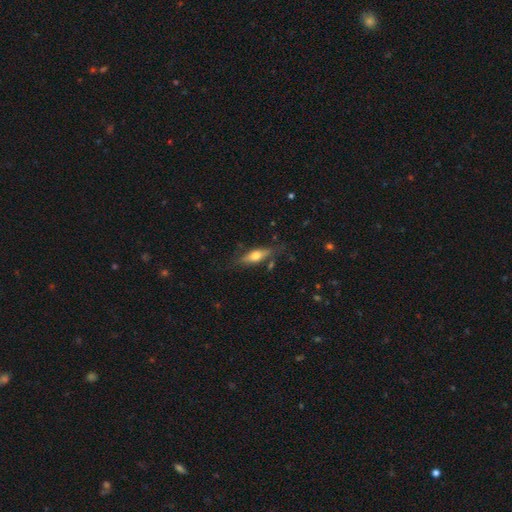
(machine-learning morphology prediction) Smooth or featured: smooth — 55% (featured or disk — 38%)
How rounded: in between — 52% (cigar-shaped — 44%)
Merging: none — 74% (minor disturbance — 17%)